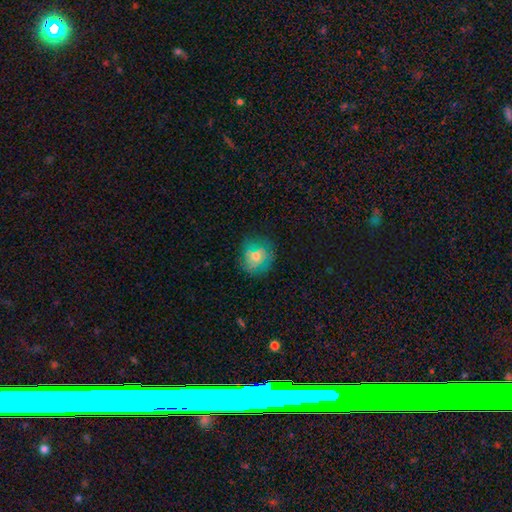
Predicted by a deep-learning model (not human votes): Q: Smooth or featured?
A: smooth (55%); runner-up: featured or disk (30%)
Q: How rounded?
A: round (76%); runner-up: in between (23%)
Q: Merging?
A: none (75%); runner-up: minor disturbance (17%)